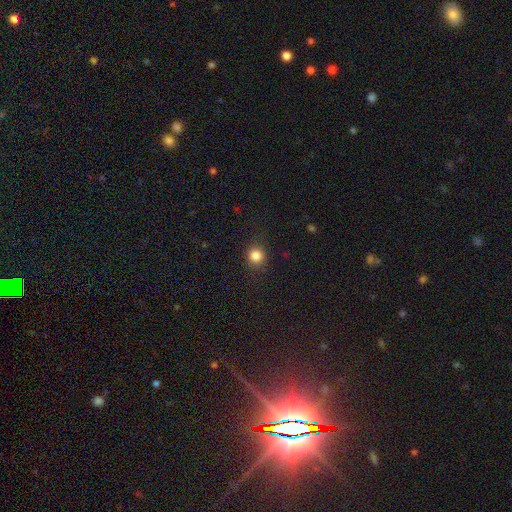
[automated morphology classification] This appears to be a smooth galaxy with no disk features (84%) that is round (89%). Merging: none (88%).